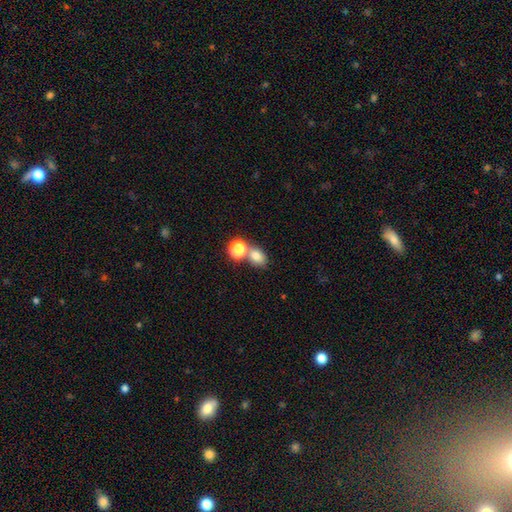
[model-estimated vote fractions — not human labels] smooth 77%, star or artifact 15%, featured or disk 9%. Down the decision tree: how rounded — in between (59%); merging — none (54%).